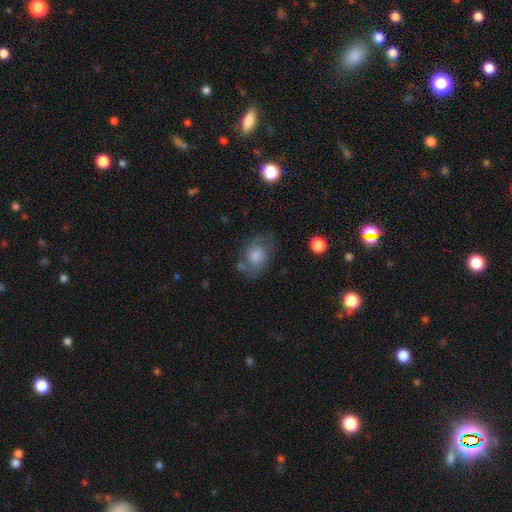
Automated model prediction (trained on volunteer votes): Morphology: type=featured or disk (48%); merging=none (62%).